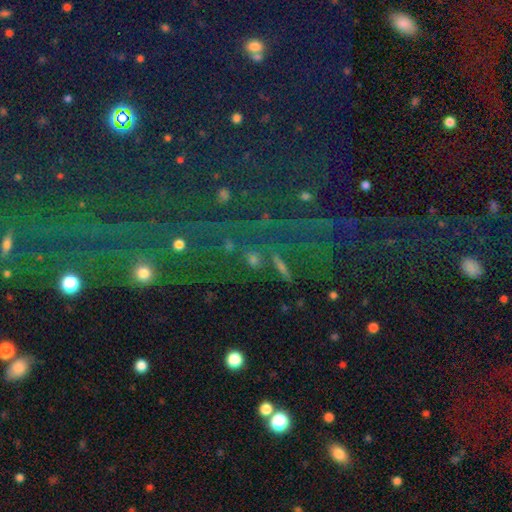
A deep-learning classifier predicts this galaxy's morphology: This appears to be a star or artifact, not a galaxy (68%).